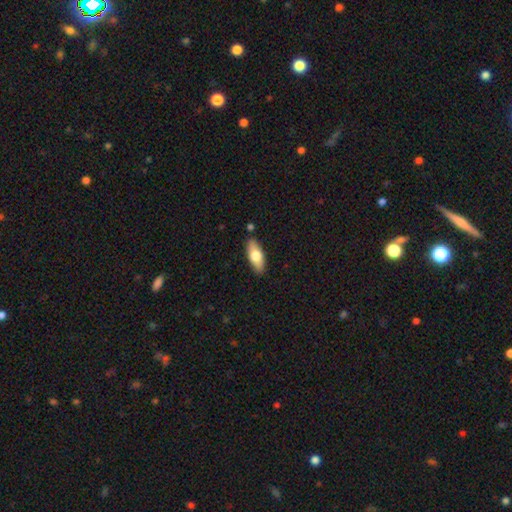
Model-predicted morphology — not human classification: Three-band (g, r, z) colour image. It shows a smooth galaxy with no disk features (67%) that is in between round and cigar-shaped (76%). Merging: none (86%).